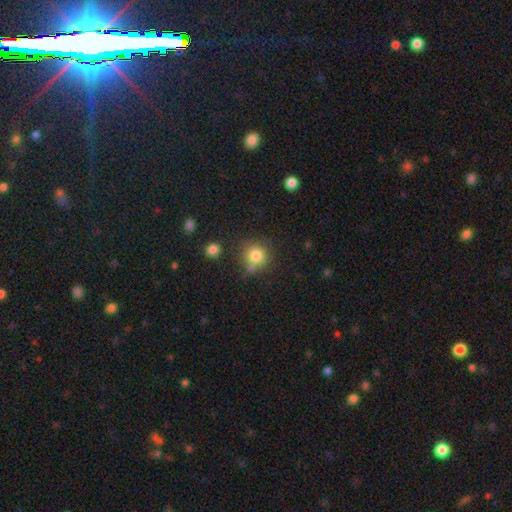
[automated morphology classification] Q: Smooth or featured?
A: smooth (81%); runner-up: star or artifact (11%)
Q: How rounded?
A: round (91%); runner-up: in between (8%)
Q: Merging?
A: none (71%); runner-up: minor disturbance (14%)